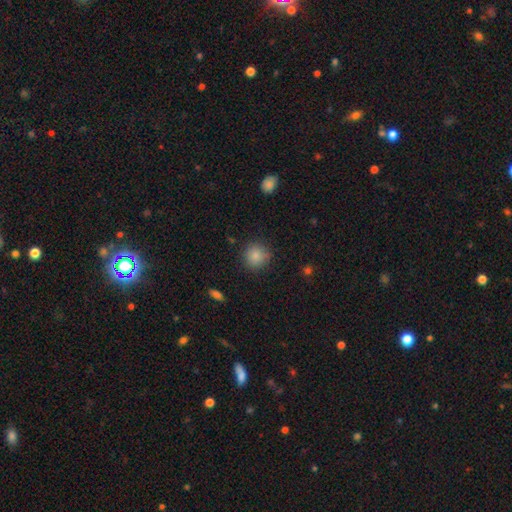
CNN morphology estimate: smooth-or-featured: smooth: 85% | star or artifact: 10% | featured or disk: 5%
  how-rounded: round: 91% | in between: 8% | cigar-shaped: 1%
  merging: none: 85% | minor disturbance: 11% | major disturbance: 3% | merger: 2%